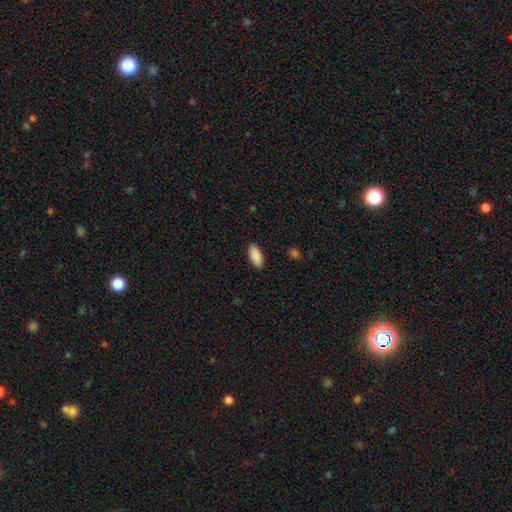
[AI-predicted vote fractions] Smooth or featured?
  - smooth: 91% *
  - star or artifact: 6%
  - featured or disk: 3%
How rounded?
  - in between: 90% *
  - cigar-shaped: 9%
  - round: 2%
Merging?
  - none: 90% *
  - minor disturbance: 7%
  - major disturbance: 2%
  - merger: 1%